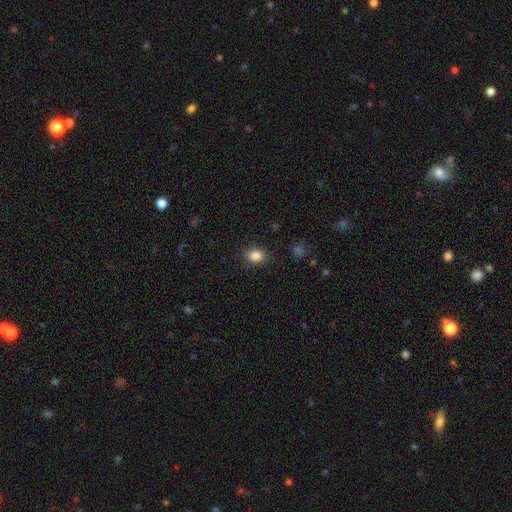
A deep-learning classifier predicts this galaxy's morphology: smooth-or-featured: smooth: 85% | star or artifact: 10% | featured or disk: 4%
  how-rounded: round: 53% | in between: 46% | cigar-shaped: 1%
  merging: none: 87% | minor disturbance: 9% | major disturbance: 3% | merger: 1%